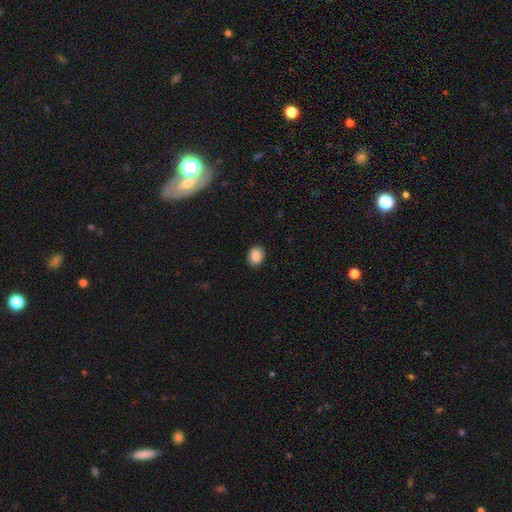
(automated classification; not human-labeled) Smooth or featured?
  - smooth: 85% *
  - star or artifact: 8%
  - featured or disk: 7%
How rounded?
  - in between: 59% *
  - round: 40%
  - cigar-shaped: 1%
Merging?
  - none: 88% *
  - minor disturbance: 9%
  - major disturbance: 2%
  - merger: 1%